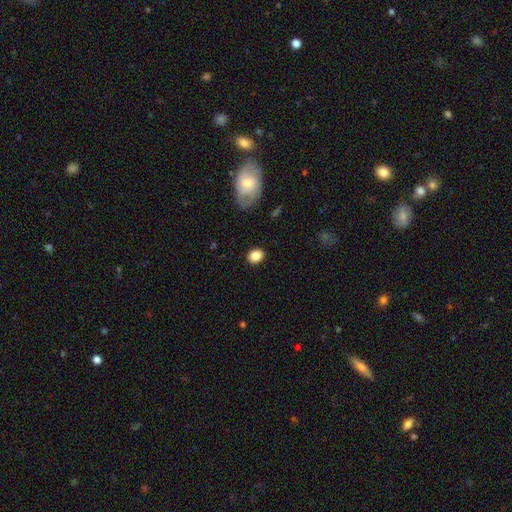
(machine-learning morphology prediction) A smooth galaxy with no disk features (86%) that is in between round and cigar-shaped (51%). Merging: none (87%).